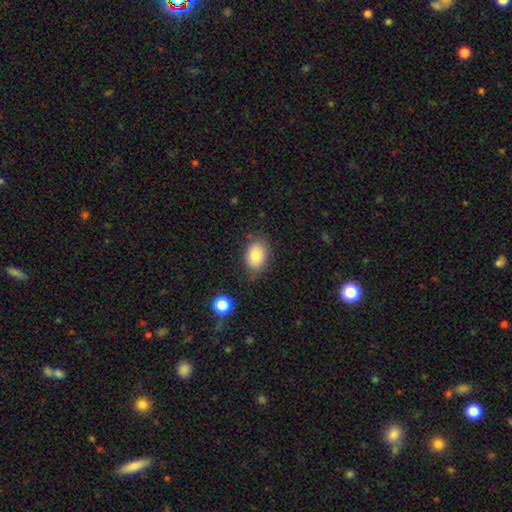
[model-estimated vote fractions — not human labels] Q: Smooth or featured?
A: smooth (84%); runner-up: star or artifact (8%)
Q: How rounded?
A: in between (82%); runner-up: round (17%)
Q: Merging?
A: none (76%); runner-up: minor disturbance (18%)